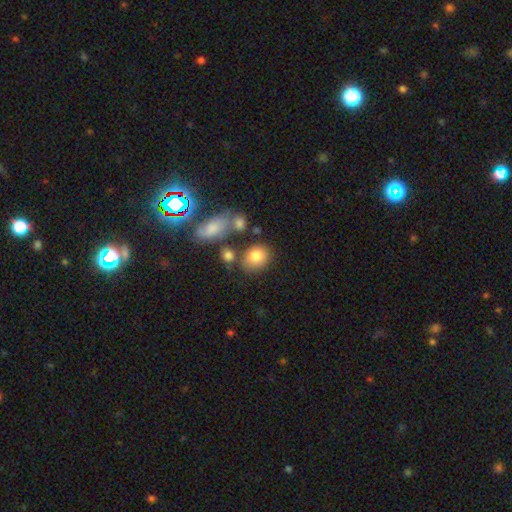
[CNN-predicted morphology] Smooth or featured? Predicted: smooth (p=0.80). How rounded? Predicted: round (p=0.50). Merging? Predicted: none (p=0.65).